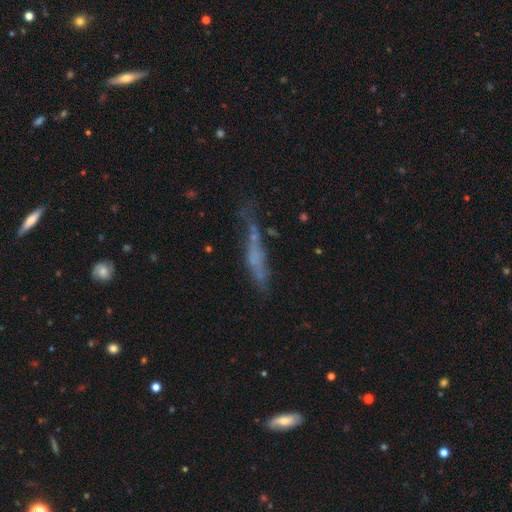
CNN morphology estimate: This appears to be a featured or disk galaxy (43%). Merging: none (45%).